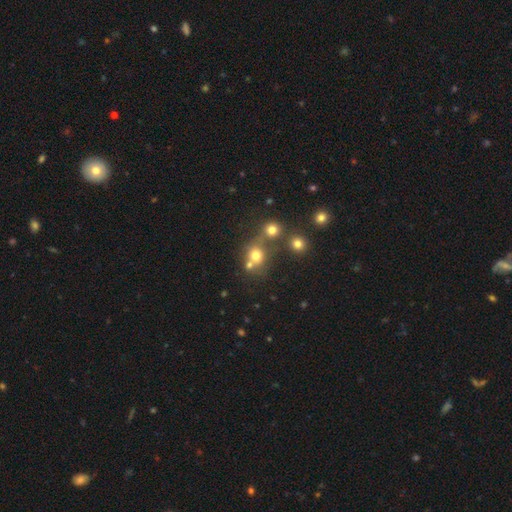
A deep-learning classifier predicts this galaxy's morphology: A smooth galaxy with no disk features (69%) that is round (80%). Merging: none (50%).